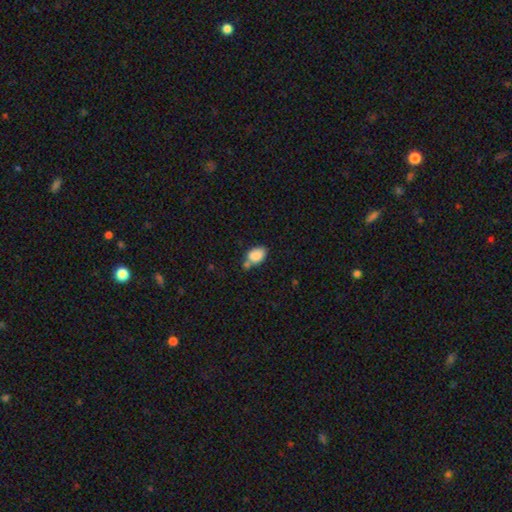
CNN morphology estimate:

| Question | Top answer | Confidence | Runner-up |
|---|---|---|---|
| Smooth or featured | smooth | 85% | star or artifact (8%) |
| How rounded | in between | 84% | round (14%) |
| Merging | none | 44% | merger (29%) |